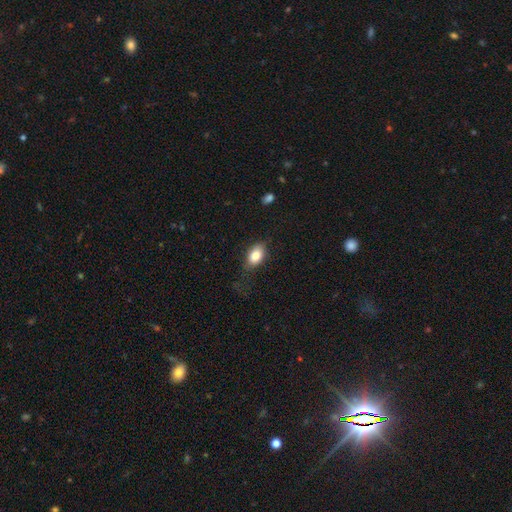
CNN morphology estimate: A smooth galaxy with no disk features (84%) that is in between round and cigar-shaped (90%). Merging: none (67%).